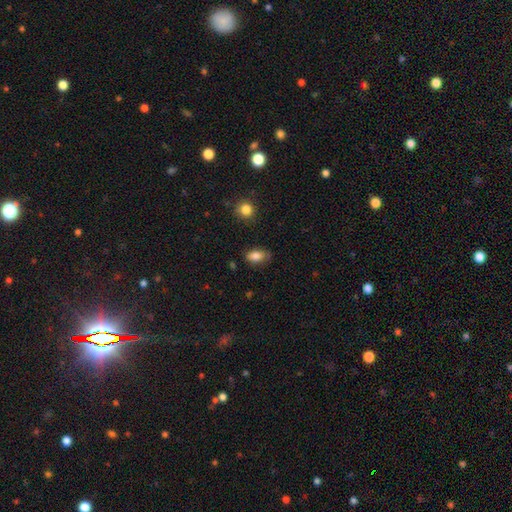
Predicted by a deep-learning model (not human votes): smooth_or_featured: smooth (p=0.81) [alt: featured or disk p=0.11]
how_rounded: in between (p=0.88) [alt: round p=0.08]
merging: none (p=0.72) [alt: minor disturbance p=0.22]